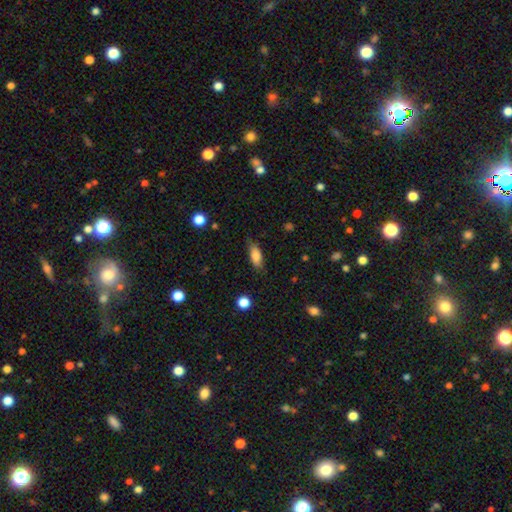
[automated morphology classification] smooth-or-featured: smooth: 78% | featured or disk: 14% | star or artifact: 8%
  how-rounded: in between: 74% | cigar-shaped: 23% | round: 3%
  merging: none: 74% | minor disturbance: 20% | major disturbance: 5% | merger: 1%